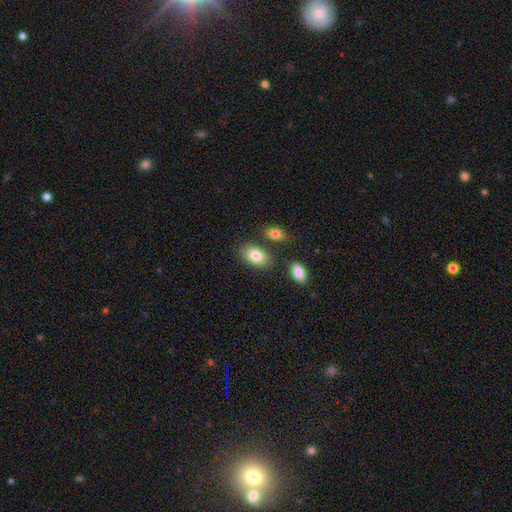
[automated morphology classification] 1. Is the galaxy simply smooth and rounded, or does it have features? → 83% smooth, 10% featured or disk, 7% star or artifact.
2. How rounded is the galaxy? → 91% in between, 8% round, 1% cigar-shaped.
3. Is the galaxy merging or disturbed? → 74% none, 14% minor disturbance, 9% merger, 3% major disturbance.